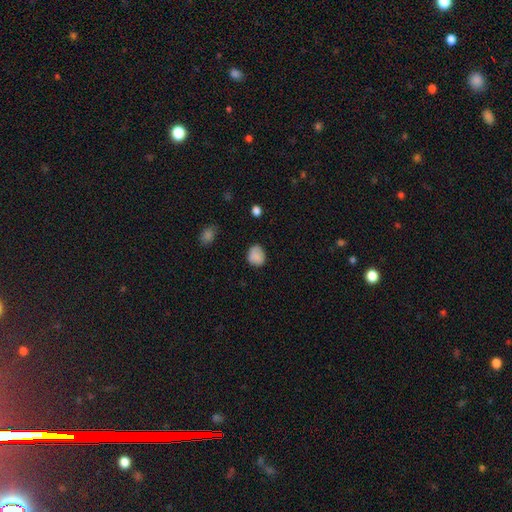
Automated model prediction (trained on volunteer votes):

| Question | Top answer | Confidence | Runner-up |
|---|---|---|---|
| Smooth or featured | smooth | 85% | star or artifact (9%) |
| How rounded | round | 65% | in between (34%) |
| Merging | none | 74% | minor disturbance (20%) |